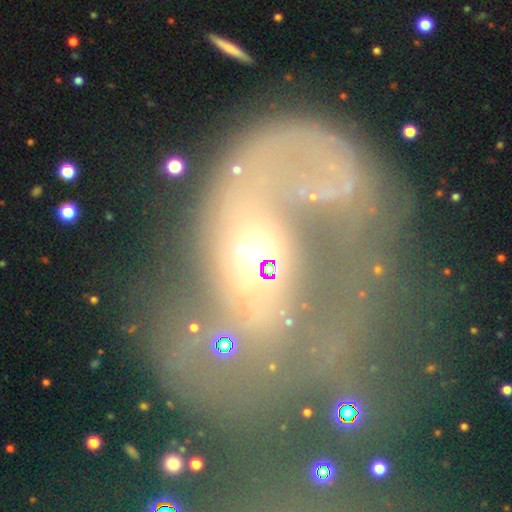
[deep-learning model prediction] Smooth or featured? Predicted: featured or disk (p=0.65). Edge-on disk? Predicted: no (p=0.94). Bar? Predicted: no (p=0.54). Spiral arms? Predicted: yes (p=0.62). Bulge size? Predicted: moderate (p=0.48). Merging? Predicted: major disturbance (p=0.35).